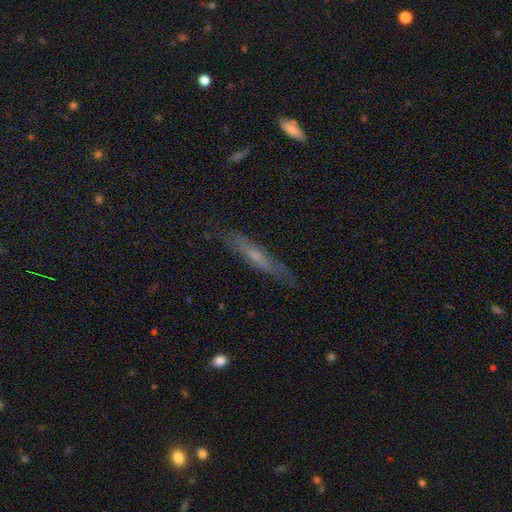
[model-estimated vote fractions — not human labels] This is possibly a featured or disk galaxy (53%). It is likely viewed edge-on (79%). Merging: likely none (79%).